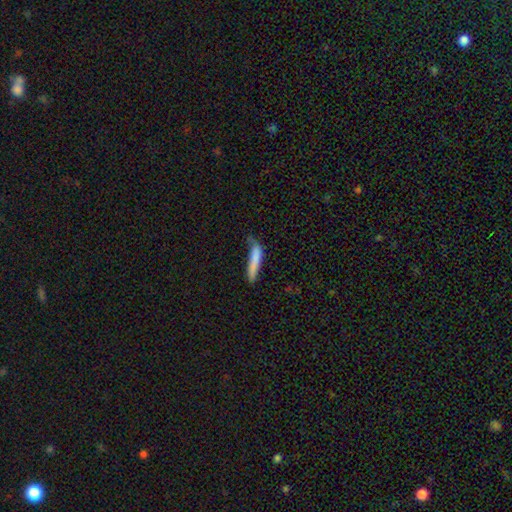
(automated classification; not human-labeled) Smooth or featured?
  - smooth: 76% *
  - featured or disk: 18%
  - star or artifact: 7%
How rounded?
  - cigar-shaped: 87% *
  - in between: 11%
  - round: 2%
Merging?
  - none: 45% *
  - minor disturbance: 33%
  - major disturbance: 16%
  - merger: 6%